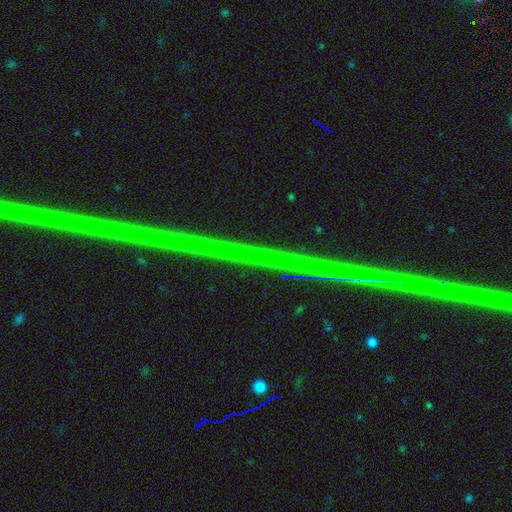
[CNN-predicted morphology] This is clearly a star or artifact rather than a galaxy (86%).